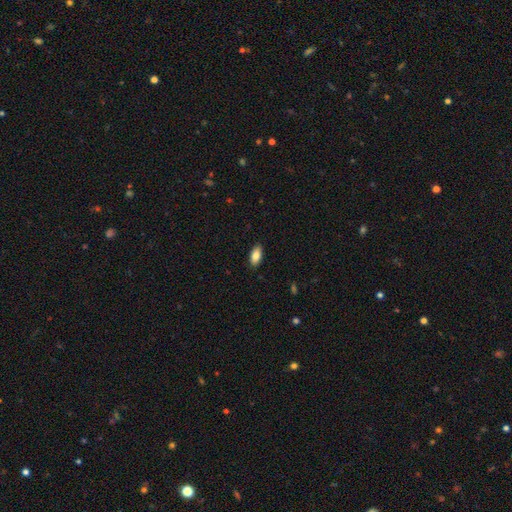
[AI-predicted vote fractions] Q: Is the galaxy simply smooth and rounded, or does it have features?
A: smooth — 84%.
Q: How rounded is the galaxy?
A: in between — 91%.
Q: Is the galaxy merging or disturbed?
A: none — 89%.